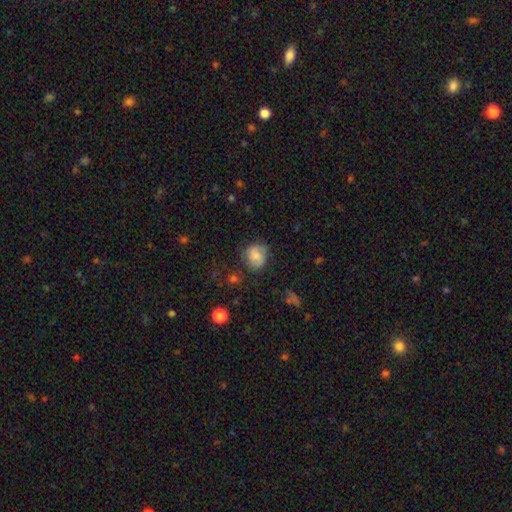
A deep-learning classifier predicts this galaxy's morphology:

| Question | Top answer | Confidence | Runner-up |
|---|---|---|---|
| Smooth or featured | smooth | 75% | featured or disk (16%) |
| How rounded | round | 67% | in between (32%) |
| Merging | none | 66% | minor disturbance (24%) |